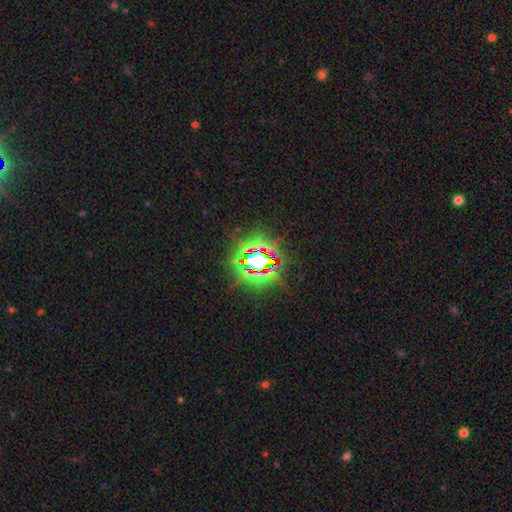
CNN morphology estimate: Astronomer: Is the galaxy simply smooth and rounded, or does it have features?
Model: star or artifact — 83%.